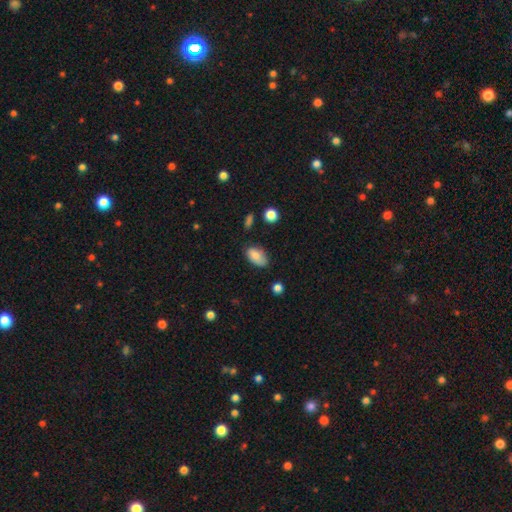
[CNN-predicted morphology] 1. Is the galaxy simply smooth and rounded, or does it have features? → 83% smooth, 9% featured or disk, 8% star or artifact.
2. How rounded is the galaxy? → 93% in between, 5% round, 2% cigar-shaped.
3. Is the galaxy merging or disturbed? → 65% none, 27% minor disturbance, 6% major disturbance, 2% merger.